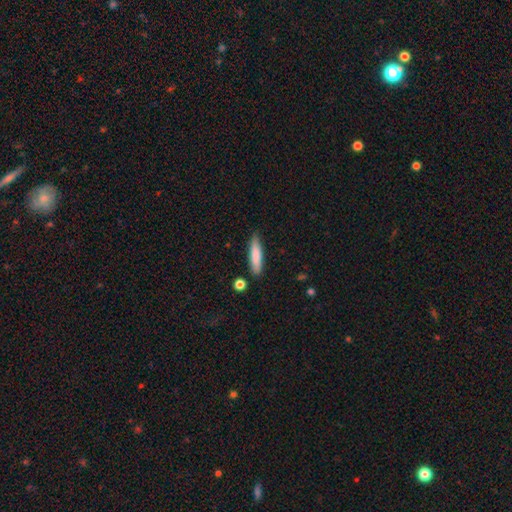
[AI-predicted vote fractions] Smooth or featured?
  - smooth: 81% *
  - featured or disk: 13%
  - star or artifact: 6%
How rounded?
  - cigar-shaped: 79% *
  - in between: 19%
  - round: 1%
Merging?
  - none: 82% *
  - minor disturbance: 13%
  - merger: 3%
  - major disturbance: 2%